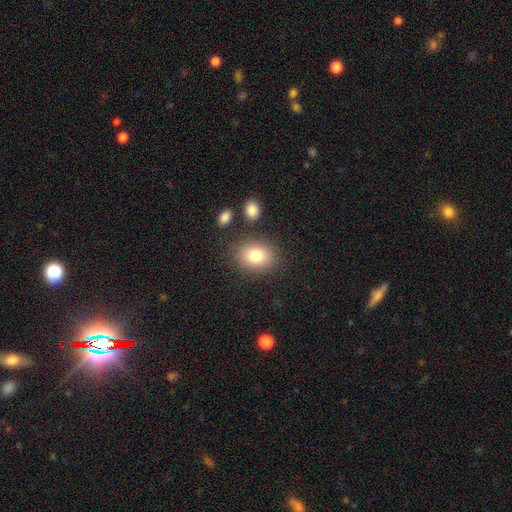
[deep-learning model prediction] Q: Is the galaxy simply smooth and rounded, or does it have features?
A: smooth — 81%.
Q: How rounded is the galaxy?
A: in between — 61%.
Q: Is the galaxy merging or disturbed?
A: none — 81%.